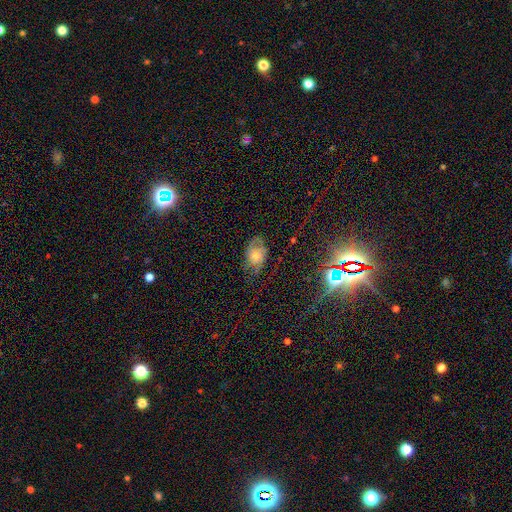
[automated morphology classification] A featured or disk galaxy (50%).

Vote fractions:
- Smooth or featured? featured or disk: 50% / smooth: 32% / star or artifact: 18%
- Edge-on disk? no: 94% / yes: 6%
- Merging? none: 57% / minor disturbance: 27% / major disturbance: 15% / merger: 2%